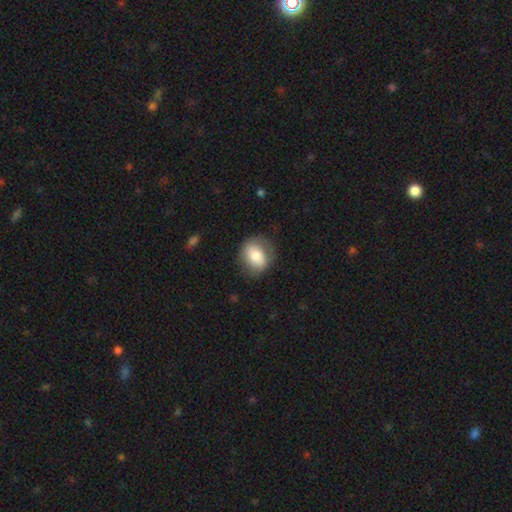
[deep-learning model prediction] Q: Smooth or featured?
A: smooth (71%); runner-up: featured or disk (21%)
Q: How rounded?
A: round (55%); runner-up: in between (44%)
Q: Merging?
A: none (75%); runner-up: minor disturbance (17%)